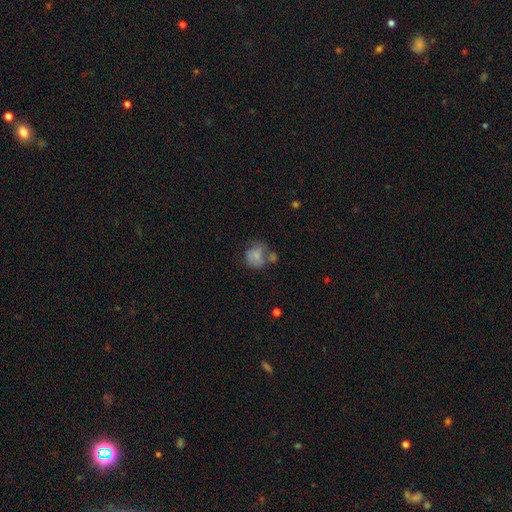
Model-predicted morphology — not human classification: Smooth or featured? Predicted: smooth (p=0.63). How rounded? Predicted: round (p=0.59). Merging? Predicted: none (p=0.32).